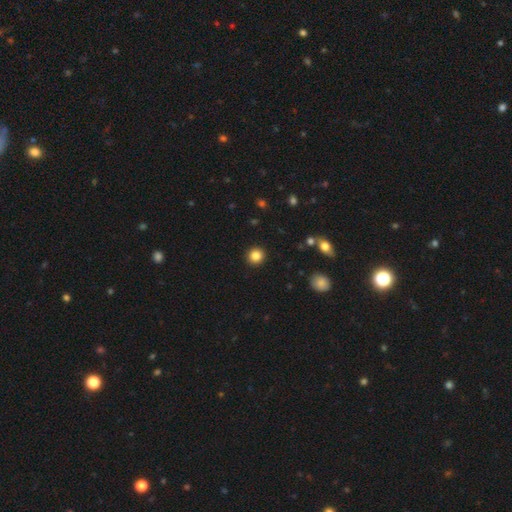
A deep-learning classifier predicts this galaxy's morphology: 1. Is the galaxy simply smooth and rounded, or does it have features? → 85% smooth, 11% star or artifact, 4% featured or disk.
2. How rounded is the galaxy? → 92% round, 7% in between, 1% cigar-shaped.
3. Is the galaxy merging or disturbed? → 92% none, 5% minor disturbance, 2% major disturbance, 1% merger.